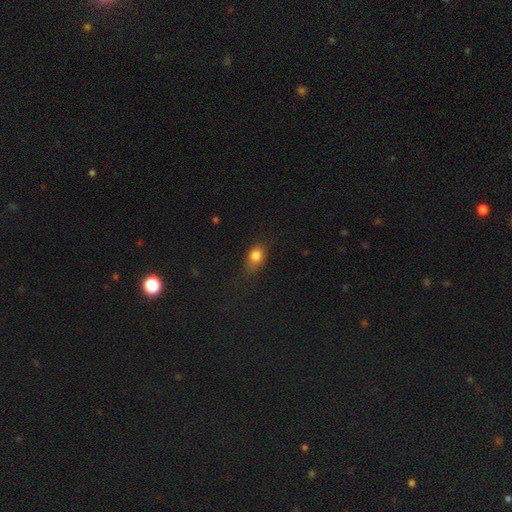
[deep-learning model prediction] smooth 81%, star or artifact 10%, featured or disk 9%. Down the decision tree: how rounded — in between (68%); merging — none (68%).